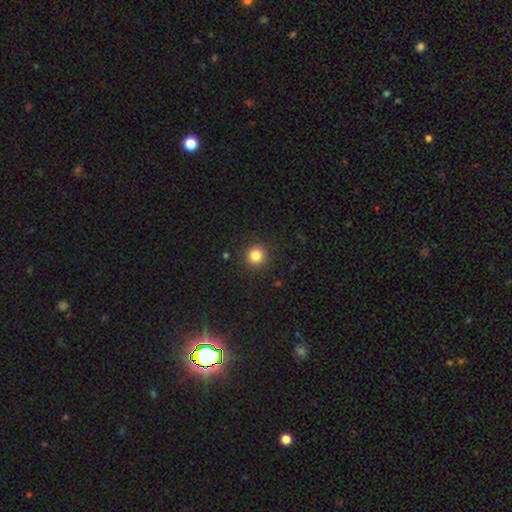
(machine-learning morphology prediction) Smooth or featured? Predicted: smooth (p=0.84). How rounded? Predicted: round (p=0.95). Merging? Predicted: none (p=0.91).